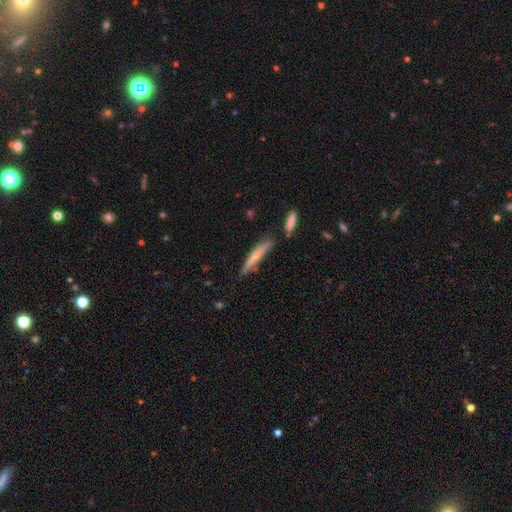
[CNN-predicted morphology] smooth_or_featured: smooth (p=0.58) [alt: featured or disk p=0.36]
how_rounded: cigar-shaped (p=0.90) [alt: in between p=0.08]
merging: none (p=0.71) [alt: minor disturbance p=0.19]